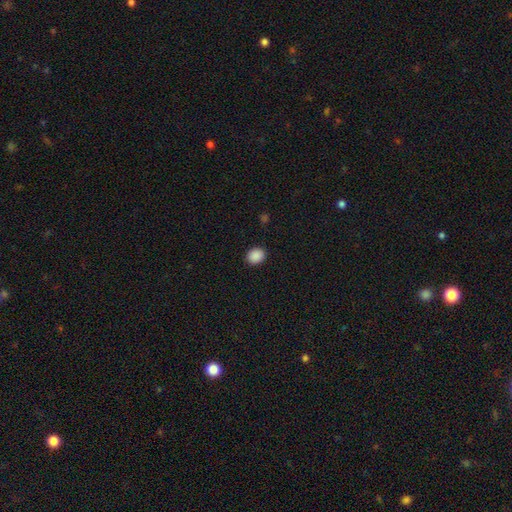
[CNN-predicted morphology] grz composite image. It shows a smooth galaxy with no disk features (89%) that is round (50%). Merging: none (90%).